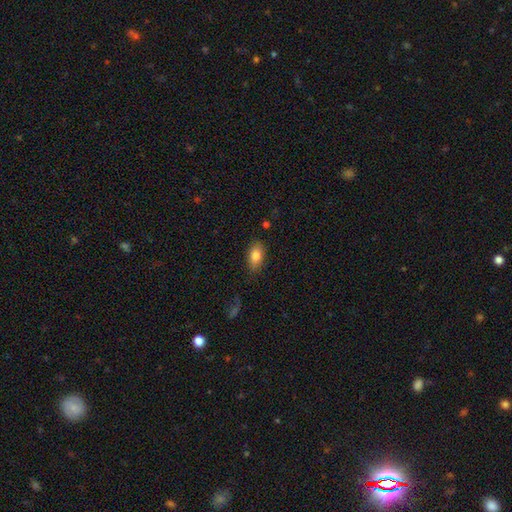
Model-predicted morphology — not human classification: The model was most divided on "merging": none: 80%, minor disturbance: 15%, major disturbance: 3%, merger: 2%. More confident: how rounded — in between (89%); smooth or featured — smooth (82%).